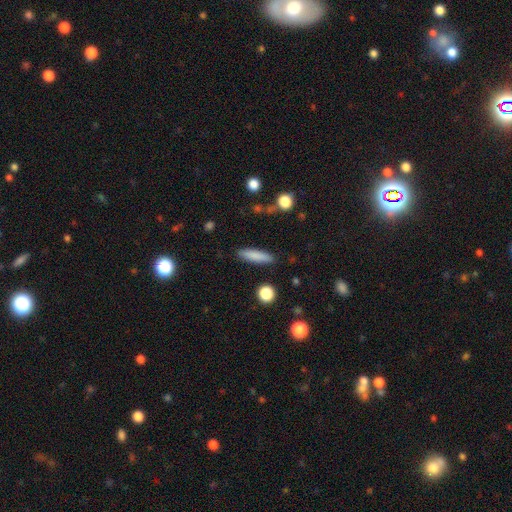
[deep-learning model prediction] Overall: smooth (83%). How rounded: cigar-shaped (76%). Merging: none (87%).